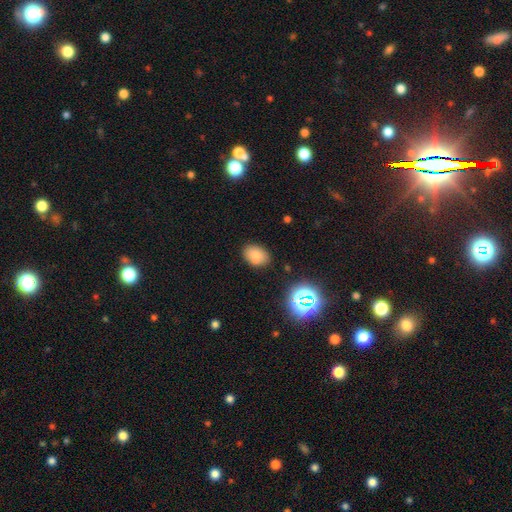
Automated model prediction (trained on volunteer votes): The model was most divided on "merging": none: 71%, minor disturbance: 14%, merger: 11%, major disturbance: 4%. More confident: how rounded — in between (78%); smooth or featured — smooth (74%).